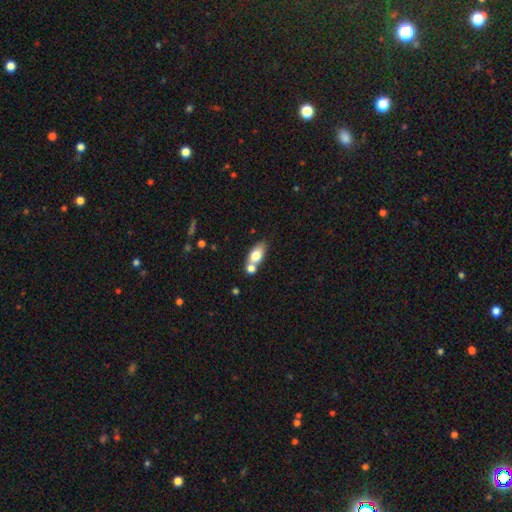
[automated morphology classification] Smooth or featured? Predicted: smooth (p=0.72). How rounded? Predicted: in between (p=0.79). Merging? Predicted: none (p=0.45).